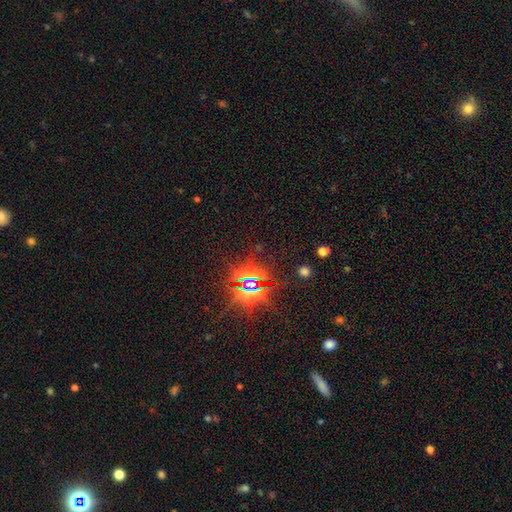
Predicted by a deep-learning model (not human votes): The model was most divided on "smooth or featured": star or artifact: 84%, smooth: 8%, featured or disk: 7%.